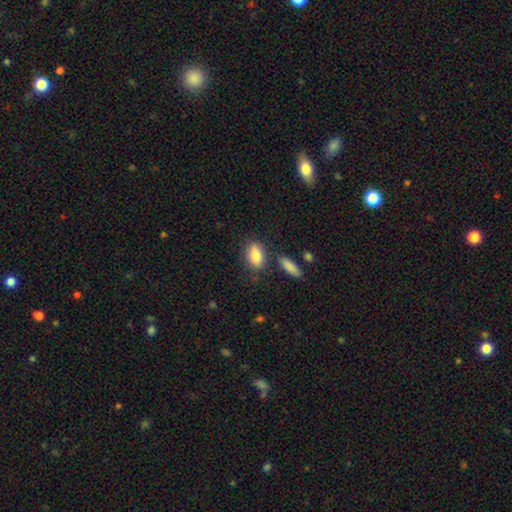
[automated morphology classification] Smooth or featured? Predicted: smooth (p=0.82). How rounded? Predicted: in between (p=0.83). Merging? Predicted: none (p=0.76).